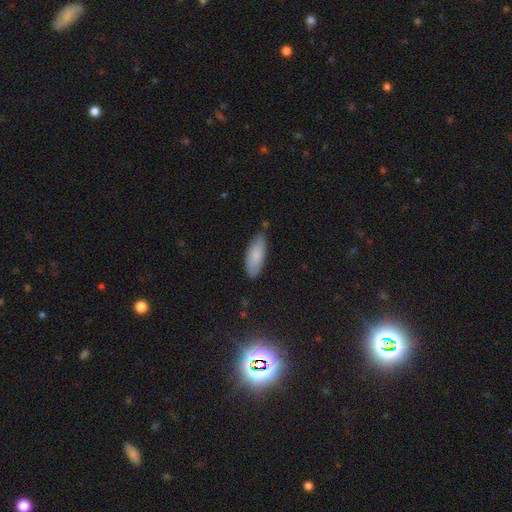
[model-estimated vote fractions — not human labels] This is clearly a smooth galaxy (82%). How rounded: likely in between (74%). Merging: likely none (74%).